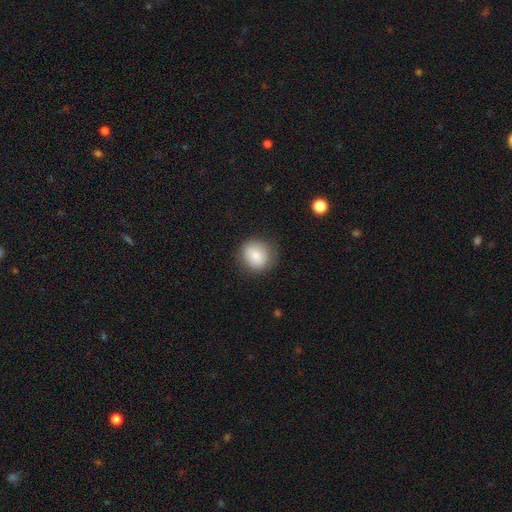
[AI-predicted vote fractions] Q: Smooth or featured?
A: smooth (82%); runner-up: featured or disk (10%)
Q: How rounded?
A: round (80%); runner-up: in between (19%)
Q: Merging?
A: none (82%); runner-up: minor disturbance (13%)